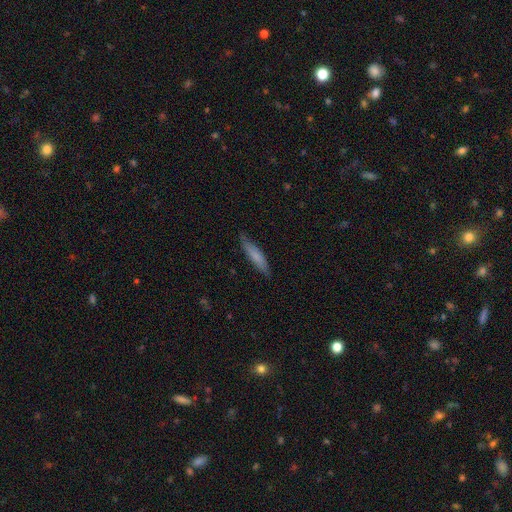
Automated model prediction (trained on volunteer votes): The model was most divided on "smooth or featured": smooth: 74%, featured or disk: 20%, star or artifact: 6%. More confident: how rounded — cigar-shaped (82%); merging — none (80%).